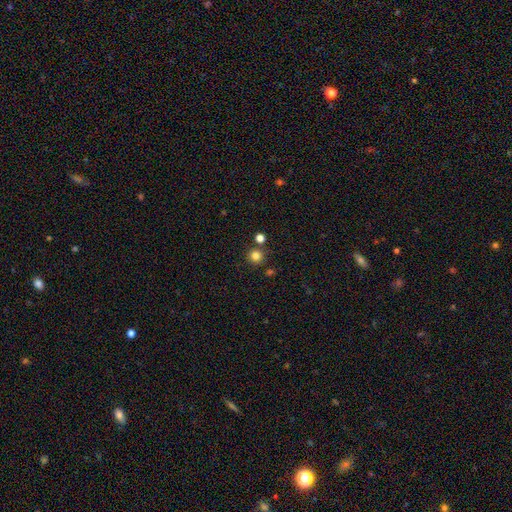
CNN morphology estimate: Smooth or featured? smooth (81%)
How rounded? round (95%)
Merging? none (83%)